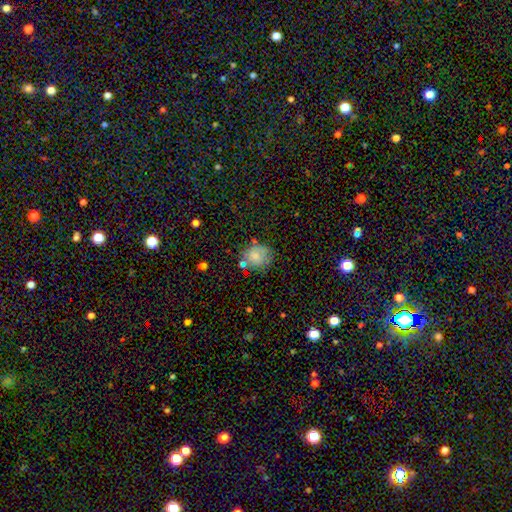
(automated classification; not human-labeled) smooth_or_featured: smooth (p=0.72) [alt: featured or disk p=0.19]
how_rounded: round (p=0.66) [alt: in between p=0.33]
merging: none (p=0.60) [alt: minor disturbance p=0.24]